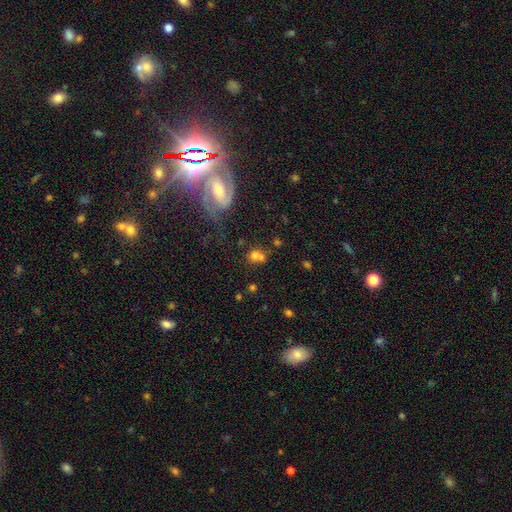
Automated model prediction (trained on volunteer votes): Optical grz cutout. It shows a smooth galaxy with no disk features (68%) that is round (73%). Merging: merger (42%).